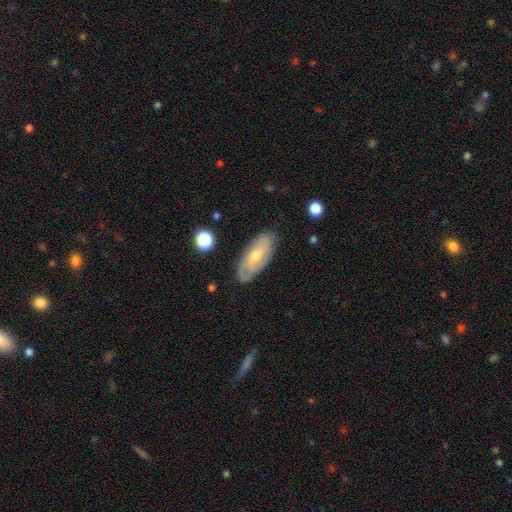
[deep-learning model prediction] featured or disk 65%, smooth 28%, star or artifact 7%. Down the decision tree: edge-on disk — no (88%); bar — no (63%); spiral arms — yes (85%); bulge size — small (48%); merging — none (80%).